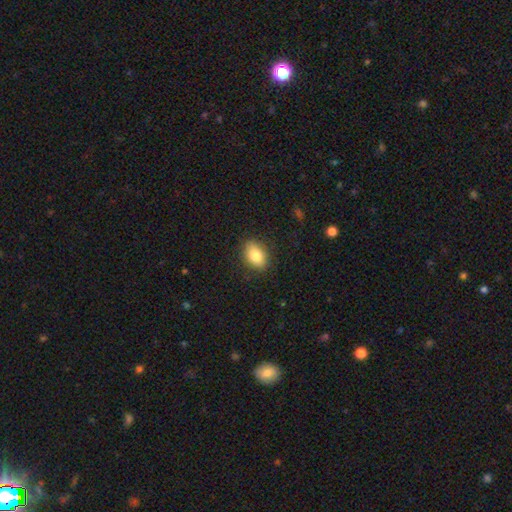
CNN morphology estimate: Overall: smooth (82%). How rounded: in between (81%). Merging: none (86%).